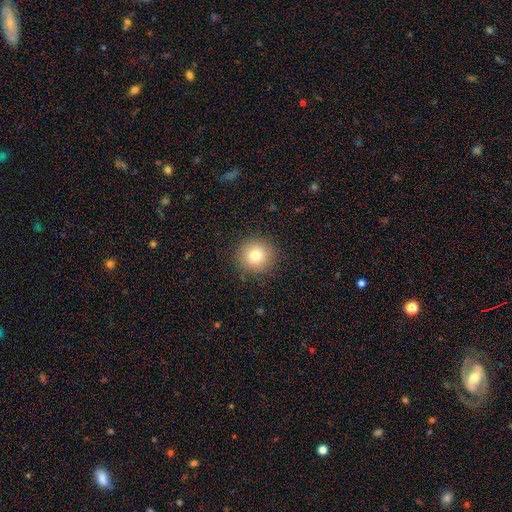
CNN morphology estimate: Smooth or featured?
  - smooth: 78% *
  - star or artifact: 12%
  - featured or disk: 10%
How rounded?
  - round: 93% *
  - in between: 6%
  - cigar-shaped: 1%
Merging?
  - none: 89% *
  - minor disturbance: 7%
  - major disturbance: 3%
  - merger: 1%